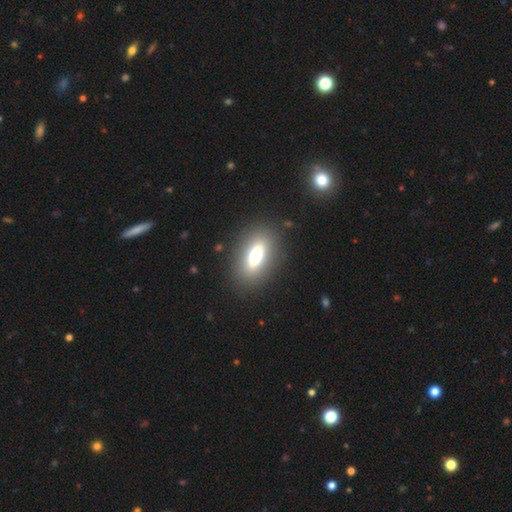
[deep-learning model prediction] Q: Smooth or featured?
A: smooth (66%); runner-up: featured or disk (24%)
Q: How rounded?
A: in between (78%); runner-up: cigar-shaped (13%)
Q: Merging?
A: none (86%); runner-up: minor disturbance (8%)